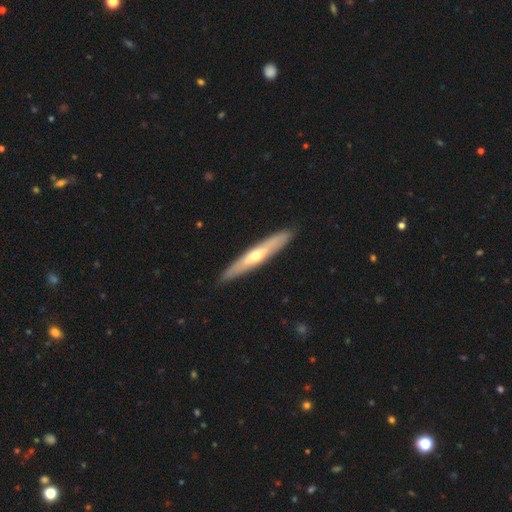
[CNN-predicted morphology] A featured or disk galaxy (58%) viewed edge-on (86%). Merging: none (90%).